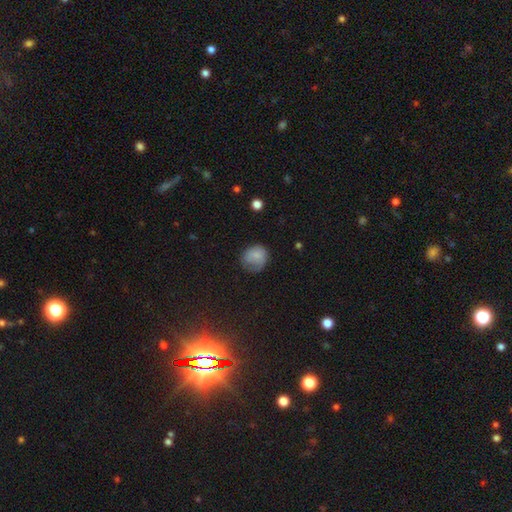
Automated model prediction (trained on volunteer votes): The model was most divided on "merging": none: 55%, minor disturbance: 28%, major disturbance: 15%, merger: 2%. More confident: smooth or featured — smooth (78%); how rounded — round (78%).